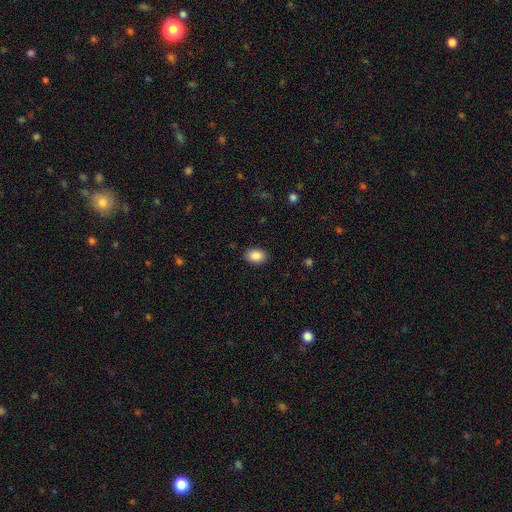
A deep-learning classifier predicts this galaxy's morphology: smooth_or_featured: smooth (p=0.88) [alt: star or artifact p=0.08]
how_rounded: in between (p=0.79) [alt: round p=0.20]
merging: none (p=0.88) [alt: minor disturbance p=0.09]